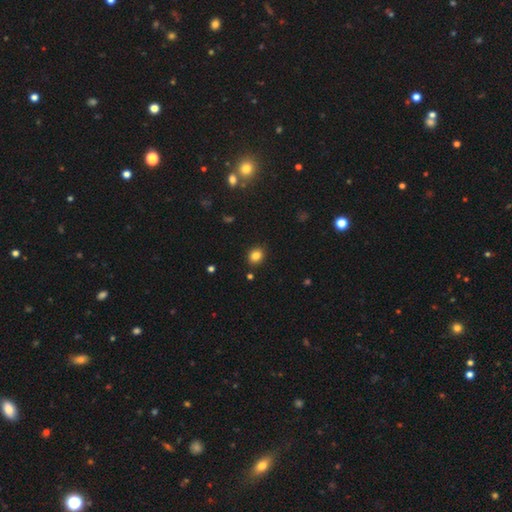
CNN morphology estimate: A smooth galaxy with no disk features (84%) that is round (68%).

Vote fractions:
- Smooth or featured? smooth: 84% / star or artifact: 11% / featured or disk: 5%
- How rounded? round: 68% / in between: 31% / cigar-shaped: 1%
- Merging? none: 89% / minor disturbance: 7% / major disturbance: 2% / merger: 2%